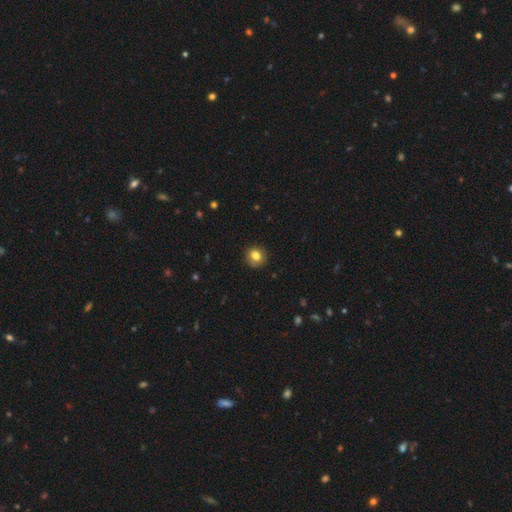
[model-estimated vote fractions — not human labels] Morphology: type=smooth (80%); roundness=round (86%); merging=none (88%).